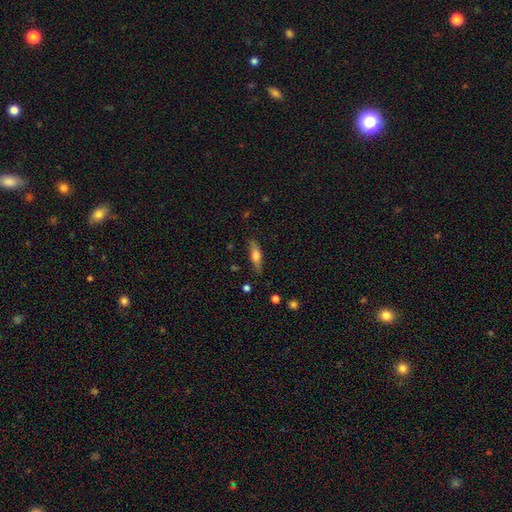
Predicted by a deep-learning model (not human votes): The model was most divided on "how rounded": cigar-shaped: 58%, in between: 40%, round: 3%. More confident: merging — none (81%); smooth or featured — smooth (57%).